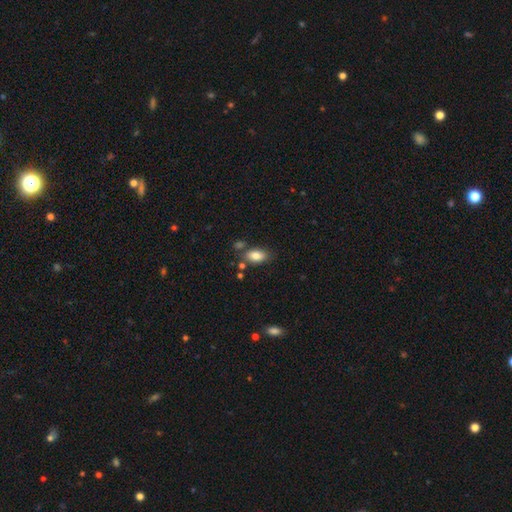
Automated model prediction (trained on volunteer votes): Smooth or featured?
  - smooth: 83% *
  - featured or disk: 9%
  - star or artifact: 8%
How rounded?
  - in between: 90% *
  - round: 6%
  - cigar-shaped: 4%
Merging?
  - none: 71% *
  - minor disturbance: 15%
  - merger: 11%
  - major disturbance: 4%